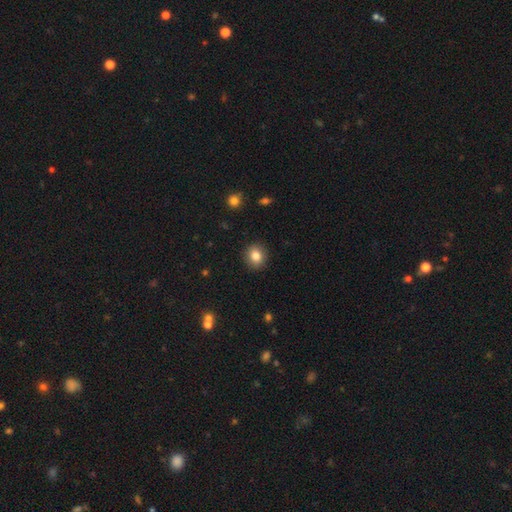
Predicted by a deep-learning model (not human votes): The model was most divided on "how rounded": round: 80%, in between: 19%, cigar-shaped: 1%. More confident: merging — none (91%); smooth or featured — smooth (83%).